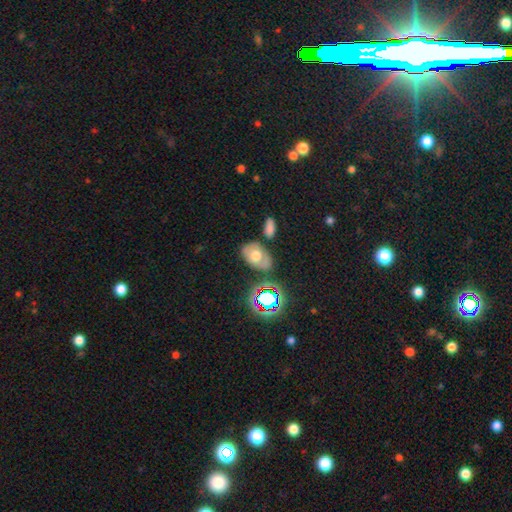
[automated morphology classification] The model was most divided on "smooth or featured": smooth: 52%, featured or disk: 35%, star or artifact: 13%. More confident: how rounded — in between (83%); merging — none (66%).